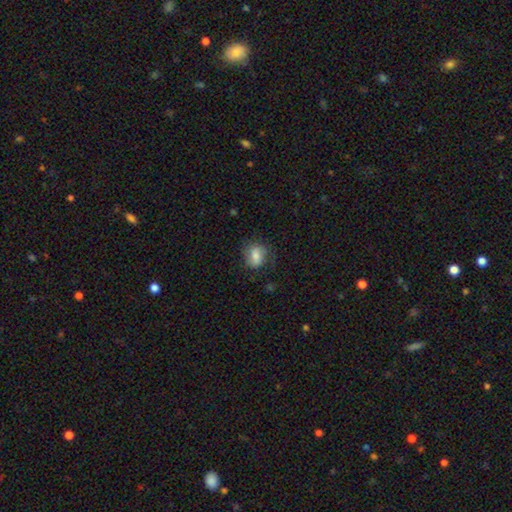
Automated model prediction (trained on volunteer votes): smooth-or-featured: smooth: 66% | featured or disk: 26% | star or artifact: 8%
  how-rounded: in between: 56% | round: 42% | cigar-shaped: 2%
  merging: none: 64% | minor disturbance: 24% | major disturbance: 11% | merger: 1%